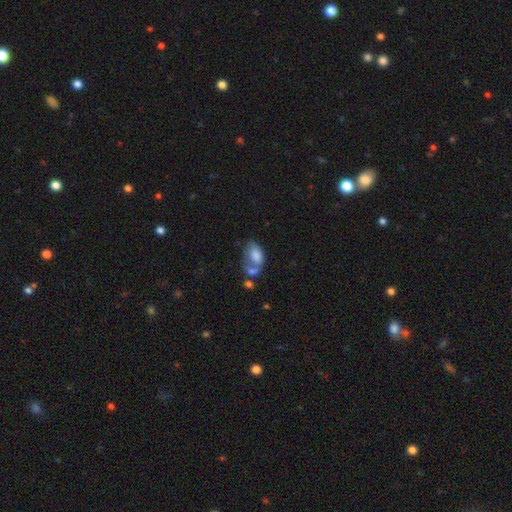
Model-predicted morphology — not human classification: The model was most divided on "merging": merger: 43%, none: 23%, minor disturbance: 18%, major disturbance: 16%. More confident: how rounded — in between (90%); smooth or featured — smooth (73%).